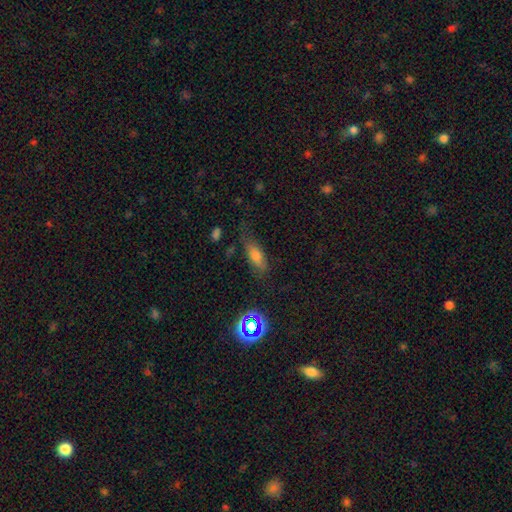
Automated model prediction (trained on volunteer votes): Smooth or featured: smooth — 67% (featured or disk — 19%)
How rounded: in between — 68% (cigar-shaped — 27%)
Merging: none — 61% (minor disturbance — 25%)